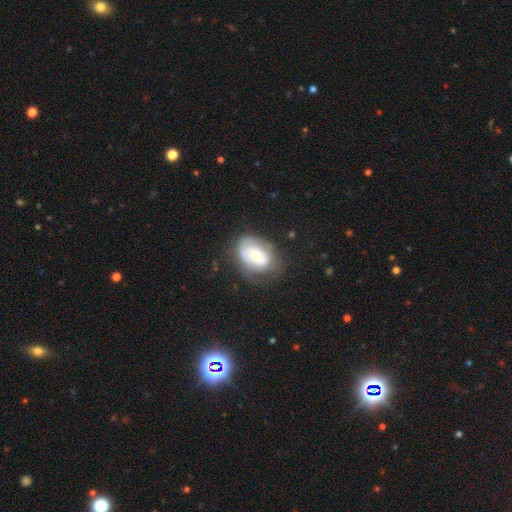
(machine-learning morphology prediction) Smooth or featured? featured or disk (47%)
Merging? none (55%)